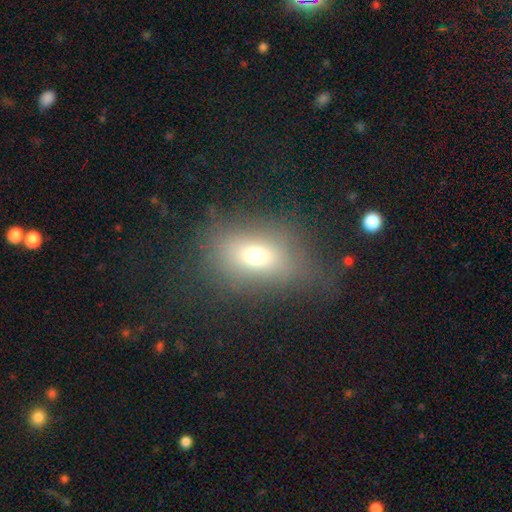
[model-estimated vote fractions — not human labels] Smooth or featured? Predicted: smooth (p=0.66). How rounded? Predicted: in between (p=0.67). Merging? Predicted: none (p=0.59).